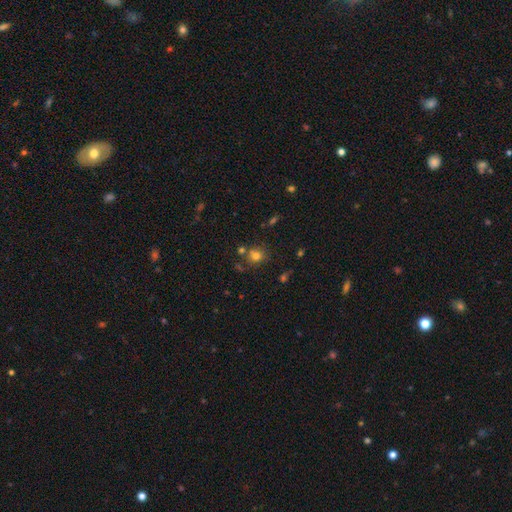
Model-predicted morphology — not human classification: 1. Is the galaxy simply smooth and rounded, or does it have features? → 72% smooth, 17% star or artifact, 11% featured or disk.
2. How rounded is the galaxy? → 77% round, 22% in between, 1% cigar-shaped.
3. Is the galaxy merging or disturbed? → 65% none, 16% merger, 14% minor disturbance, 5% major disturbance.